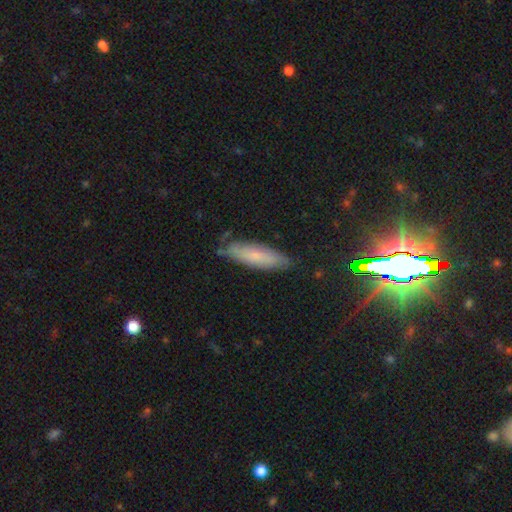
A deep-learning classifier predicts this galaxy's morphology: smooth_or_featured: smooth (p=0.60) [alt: featured or disk p=0.30]
how_rounded: cigar-shaped (p=0.61) [alt: in between p=0.37]
merging: none (p=0.74) [alt: minor disturbance p=0.20]